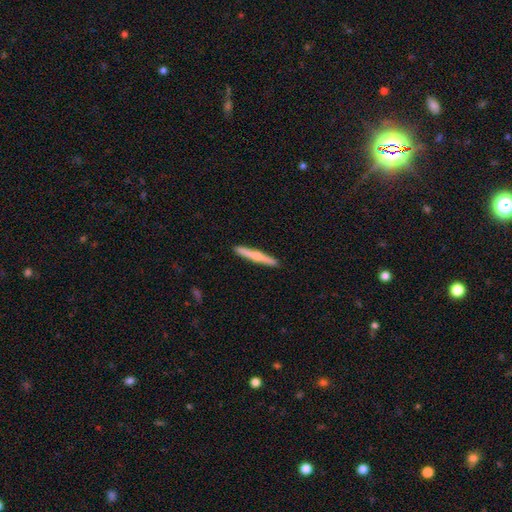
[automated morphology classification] type=smooth (49%); merging=none (92%).